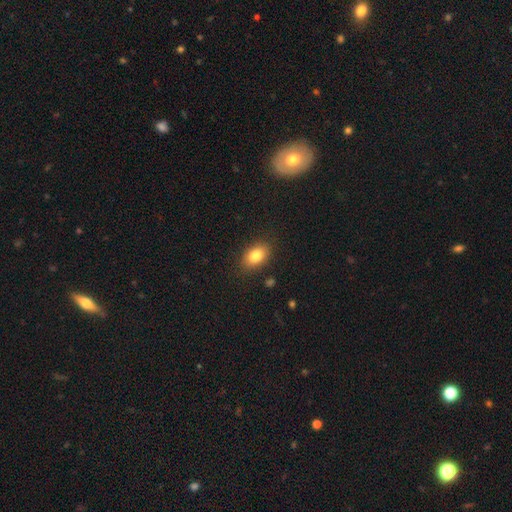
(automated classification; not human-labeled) Smooth or featured: smooth — 82% (featured or disk — 9%)
How rounded: in between — 84% (round — 15%)
Merging: none — 86% (minor disturbance — 10%)